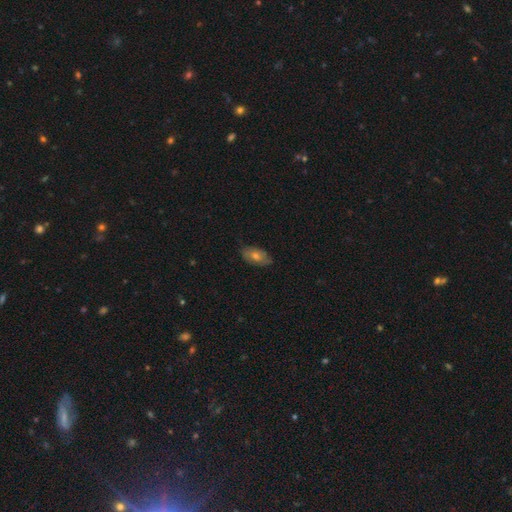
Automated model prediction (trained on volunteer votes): Smooth or featured? smooth (51%)
How rounded? in between (88%)
Merging? none (79%)